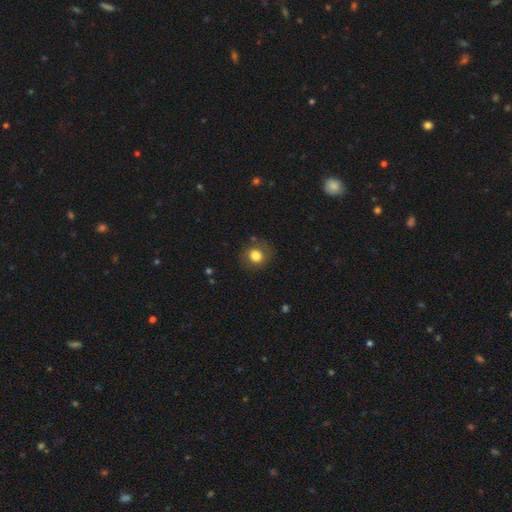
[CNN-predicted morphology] smooth_or_featured: smooth (p=0.79) [alt: featured or disk p=0.11]
how_rounded: round (p=0.76) [alt: in between p=0.23]
merging: none (p=0.80) [alt: minor disturbance p=0.13]